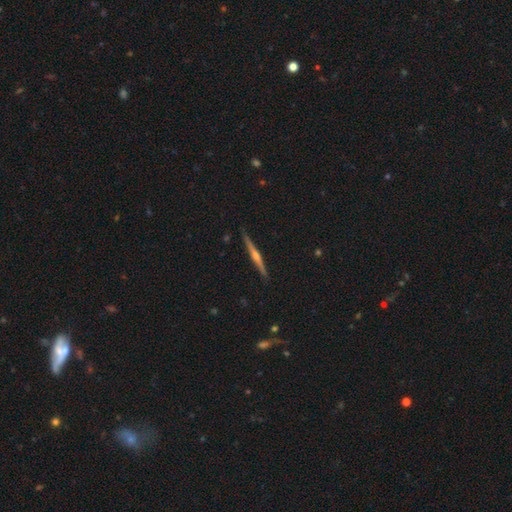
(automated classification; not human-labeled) featured or disk 79%, smooth 16%, star or artifact 5%. Down the decision tree: edge-on disk — yes (99%); edge-on bulge — rounded (85%); merging — none (91%).